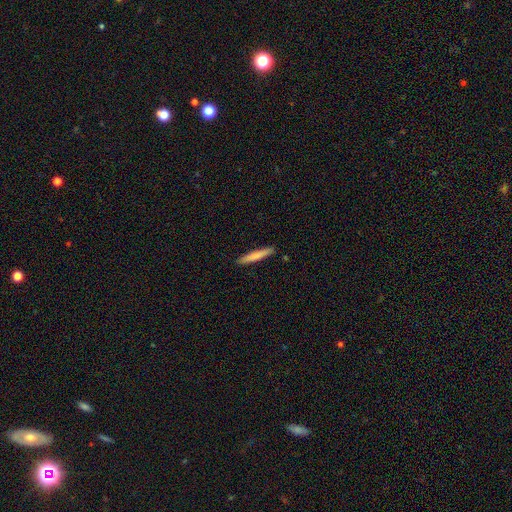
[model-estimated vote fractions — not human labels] Smooth or featured: smooth — 76% (featured or disk — 19%)
How rounded: cigar-shaped — 94% (in between — 5%)
Merging: none — 90% (minor disturbance — 7%)